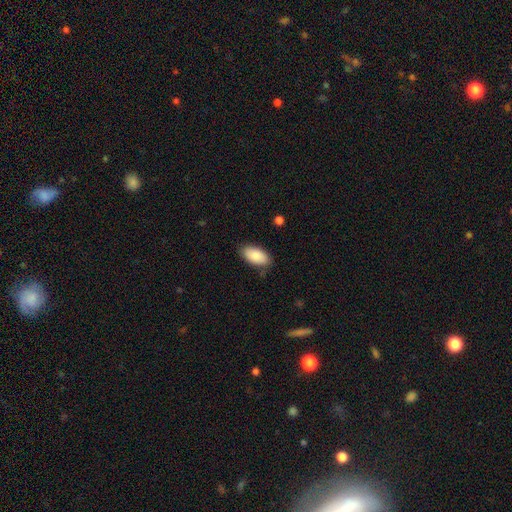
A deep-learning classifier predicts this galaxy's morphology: This appears to be a smooth galaxy with no disk features (85%) that is in between round and cigar-shaped (95%). Merging: none (83%).